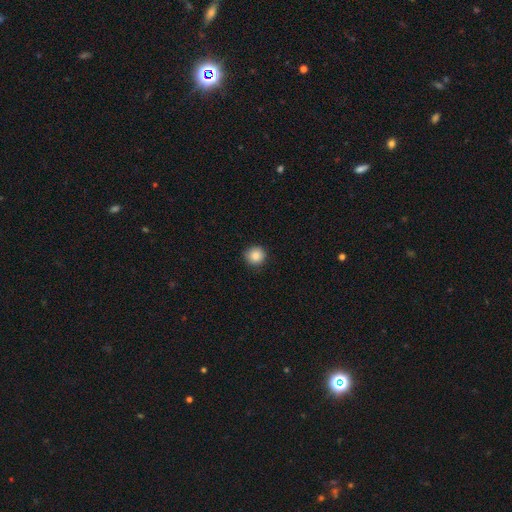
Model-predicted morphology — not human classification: Smooth or featured?
  - smooth: 87% *
  - star or artifact: 9%
  - featured or disk: 3%
How rounded?
  - round: 94% *
  - in between: 5%
  - cigar-shaped: 1%
Merging?
  - none: 89% *
  - minor disturbance: 8%
  - major disturbance: 2%
  - merger: 1%